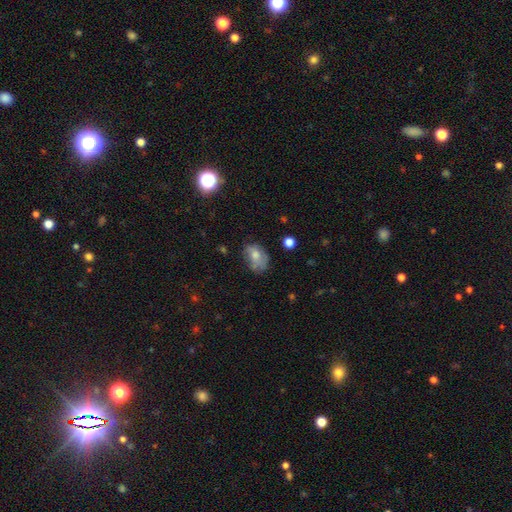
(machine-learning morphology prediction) Smooth or featured? Predicted: smooth (p=0.65). How rounded? Predicted: in between (p=0.80). Merging? Predicted: none (p=0.47).